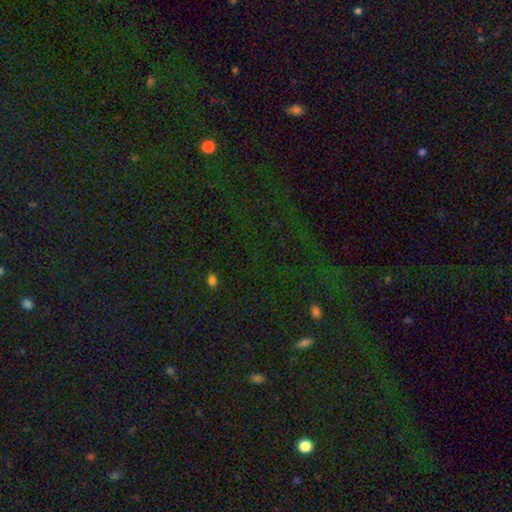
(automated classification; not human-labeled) smooth_or_featured: star or artifact (p=0.72) [alt: smooth p=0.19]